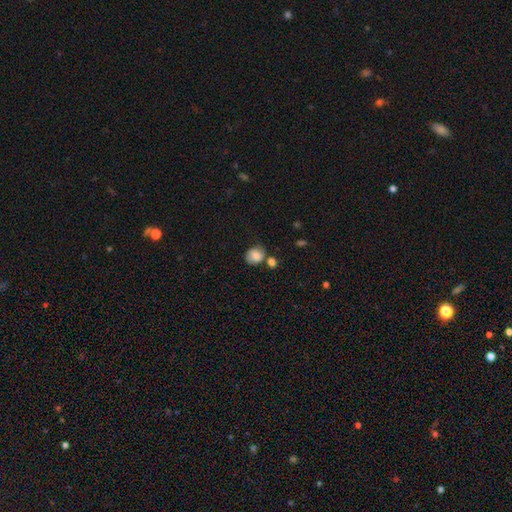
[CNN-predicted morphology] Overall: smooth (80%). How rounded: round (69%; in between 30%). Merging: none (51%; minor disturbance 23%).